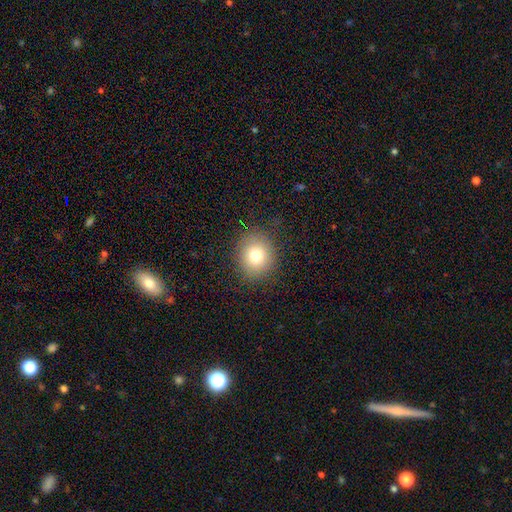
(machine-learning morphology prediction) type=smooth (77%); roundness=round (78%); merging=none (87%).